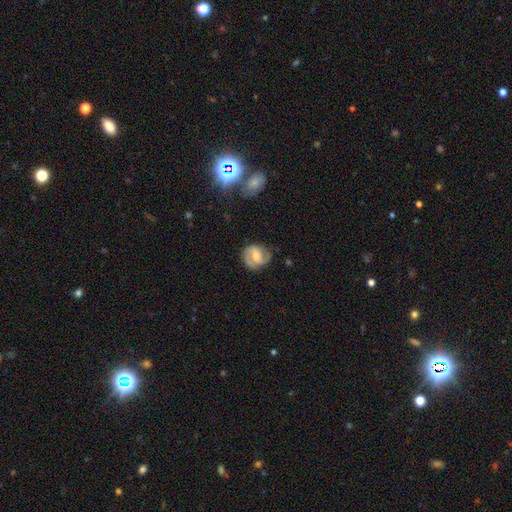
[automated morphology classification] This is likely a featured or disk galaxy (72%). It is clearly not viewed edge-on (97%). Bar: possibly weak (49%). Spiral arm pattern: clearly yes (92%). Spiral arm count: clearly 2 (83%). Spiral winding: possibly medium (47%). Central bulge: possibly moderate (55%). Merging: likely none (72%).